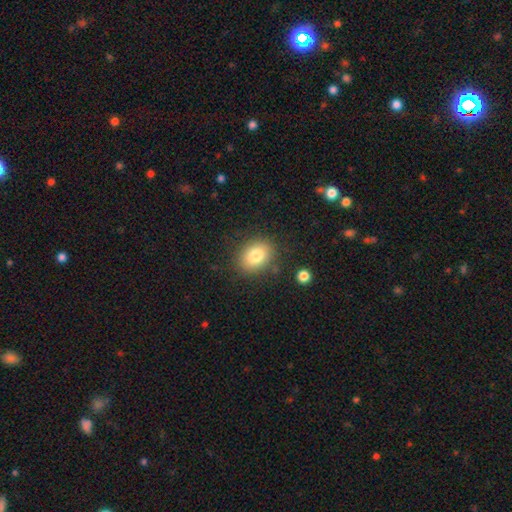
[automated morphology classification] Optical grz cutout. It shows a smooth galaxy with no disk features (81%) that is in between round and cigar-shaped (63%). Merging: none (82%).